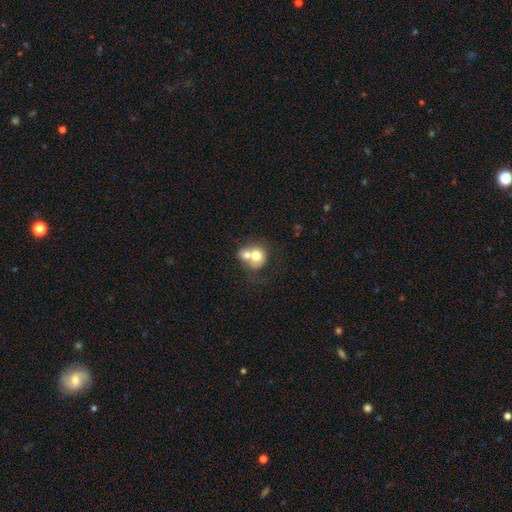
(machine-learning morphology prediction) smooth_or_featured: smooth (p=0.68) [alt: featured or disk p=0.24]
how_rounded: round (p=0.70) [alt: in between p=0.29]
merging: merger (p=0.66) [alt: none p=0.22]